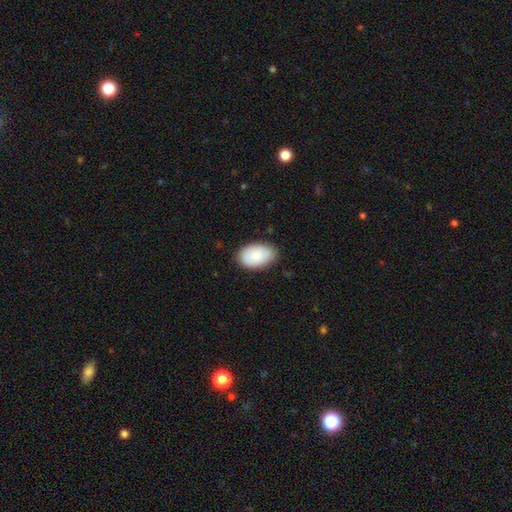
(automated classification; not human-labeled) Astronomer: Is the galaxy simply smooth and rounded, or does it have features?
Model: smooth — 84%.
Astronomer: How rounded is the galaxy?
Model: in between — 92%.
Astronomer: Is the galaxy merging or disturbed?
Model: none — 82%.